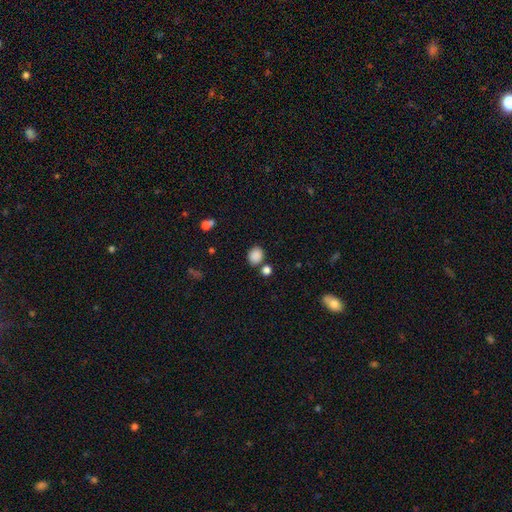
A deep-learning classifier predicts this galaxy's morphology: smooth_or_featured: smooth (p=0.87) [alt: star or artifact p=0.10]
how_rounded: round (p=0.59) [alt: in between p=0.40]
merging: none (p=0.74) [alt: minor disturbance p=0.11]